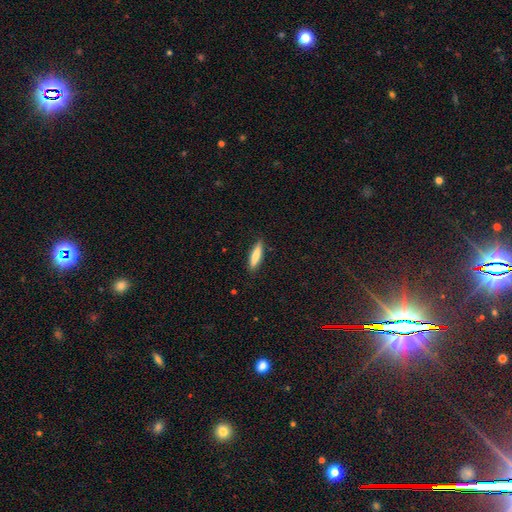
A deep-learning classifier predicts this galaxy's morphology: This appears to be a smooth galaxy with no disk features (77%) that is cigar-shaped (79%). Merging: none (88%).